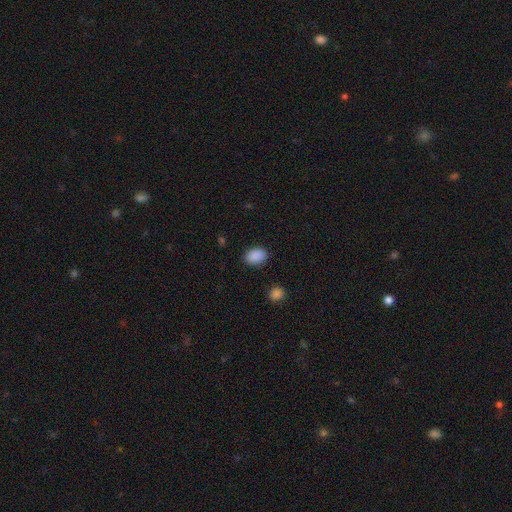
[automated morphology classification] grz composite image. It shows a smooth galaxy with no disk features (89%) that is in between round and cigar-shaped (80%). Merging: none (87%).